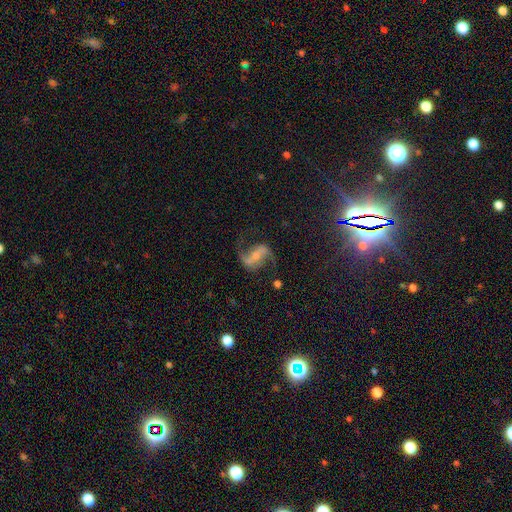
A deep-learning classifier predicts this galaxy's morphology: Smooth or featured? Predicted: featured or disk (p=0.86). Edge-on disk? Predicted: no (p=0.97). Bar? Predicted: strong (p=0.52). Spiral arms? Predicted: yes (p=0.96). Spiral winding? Predicted: loose (p=0.65). Spiral arm count? Predicted: 2 (p=0.93). Bulge size? Predicted: small (p=0.52). Merging? Predicted: none (p=0.74).